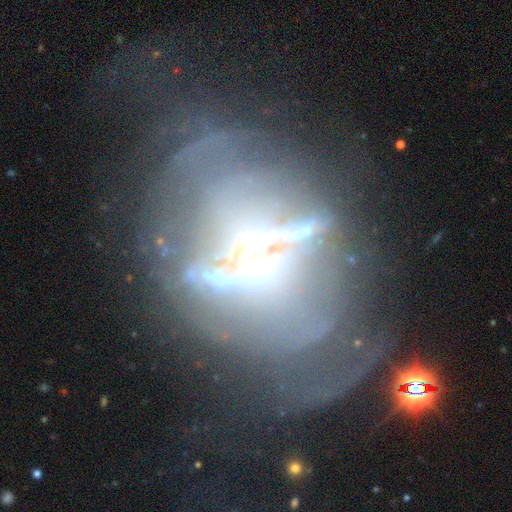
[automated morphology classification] This is likely a featured or disk galaxy (71%). It is clearly not viewed edge-on (80%). Bar: possibly no (52%). Spiral arm pattern: likely no (64%). Central bulge: marginally moderate (36%). Merging: marginally none (40%).